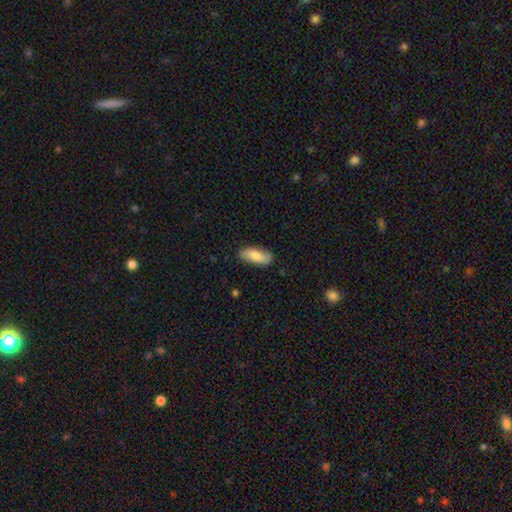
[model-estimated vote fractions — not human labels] Smooth or featured? smooth (78%)
How rounded? in between (77%)
Merging? none (77%)